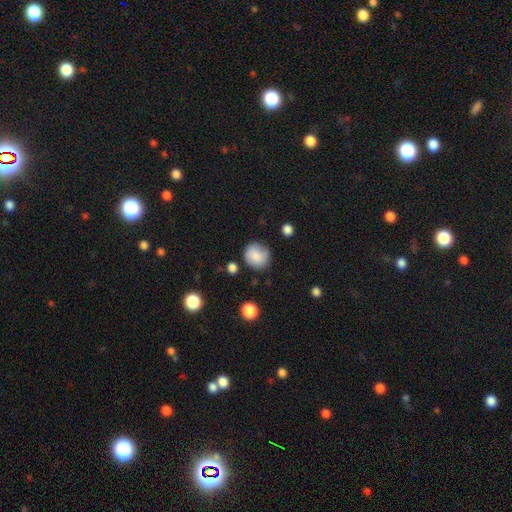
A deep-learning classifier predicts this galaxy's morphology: Smooth or featured? Predicted: smooth (p=0.83). How rounded? Predicted: round (p=0.83). Merging? Predicted: none (p=0.75).